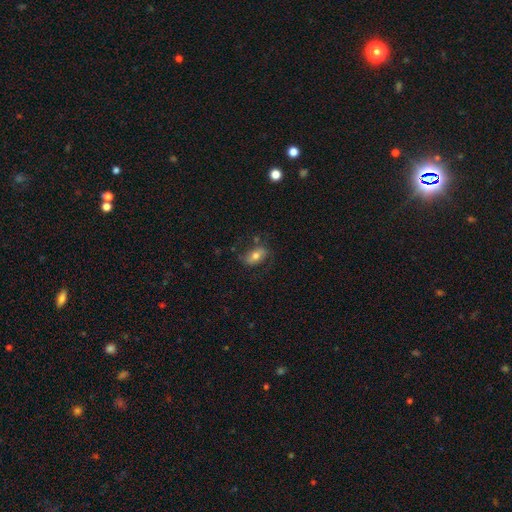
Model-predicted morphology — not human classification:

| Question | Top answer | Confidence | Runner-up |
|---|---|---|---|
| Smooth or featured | smooth | 62% | featured or disk (29%) |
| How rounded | in between | 88% | round (9%) |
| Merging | none | 66% | minor disturbance (20%) |